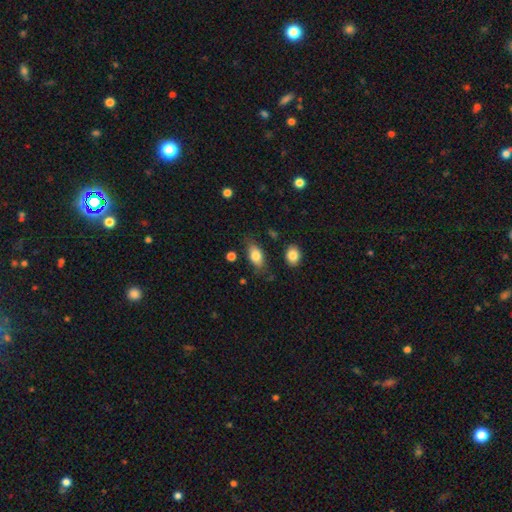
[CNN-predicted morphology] smooth 80%, featured or disk 13%, star or artifact 7%. Down the decision tree: how rounded — in between (88%); merging — none (76%).